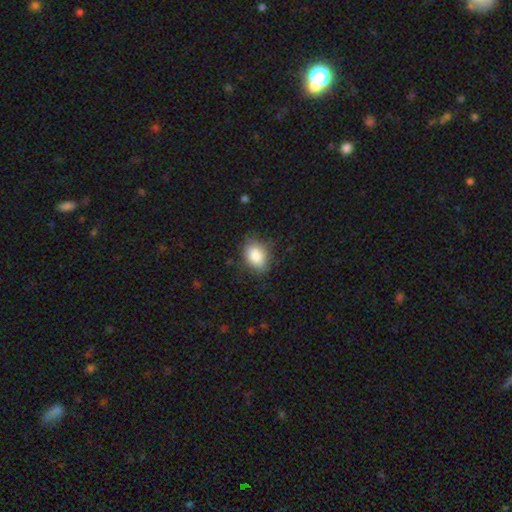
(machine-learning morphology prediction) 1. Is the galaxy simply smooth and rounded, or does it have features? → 84% smooth, 8% featured or disk, 8% star or artifact.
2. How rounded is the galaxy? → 77% in between, 22% round, 1% cigar-shaped.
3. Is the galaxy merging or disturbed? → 73% none, 21% minor disturbance, 5% major disturbance, 1% merger.